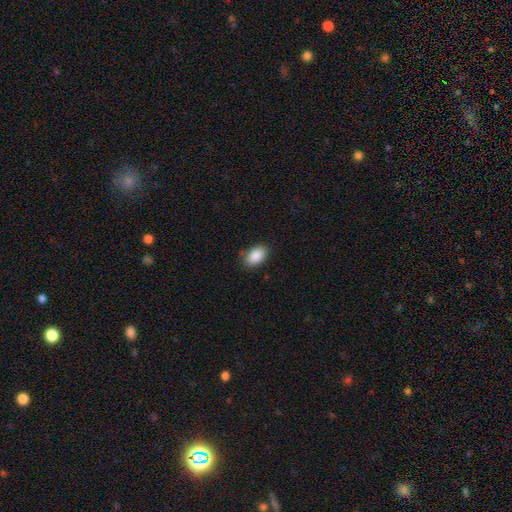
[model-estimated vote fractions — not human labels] Q: Smooth or featured?
A: smooth (89%); runner-up: star or artifact (7%)
Q: How rounded?
A: in between (92%); runner-up: round (6%)
Q: Merging?
A: none (85%); runner-up: minor disturbance (12%)